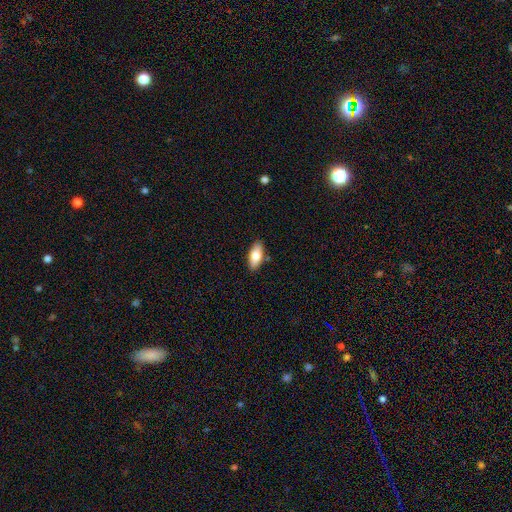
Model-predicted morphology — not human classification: Q: Smooth or featured?
A: smooth (83%); runner-up: featured or disk (11%)
Q: How rounded?
A: in between (87%); runner-up: cigar-shaped (10%)
Q: Merging?
A: none (85%); runner-up: minor disturbance (10%)